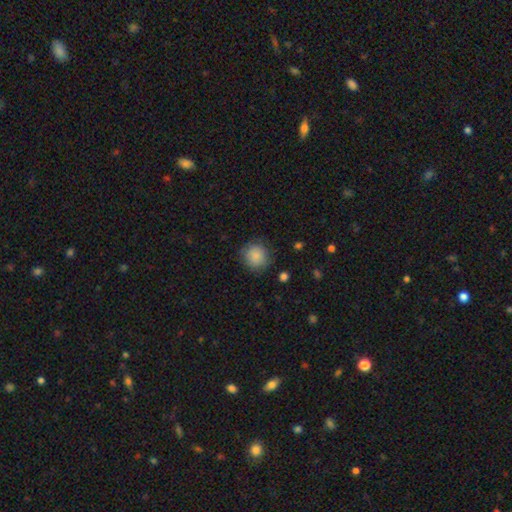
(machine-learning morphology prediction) type=smooth (87%); roundness=round (91%); merging=none (84%).